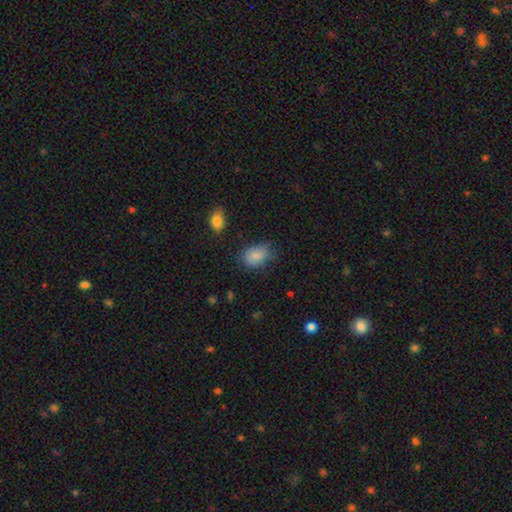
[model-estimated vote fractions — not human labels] Smooth or featured: smooth — 84% (star or artifact — 9%)
How rounded: in between — 73% (round — 26%)
Merging: none — 58% (minor disturbance — 30%)